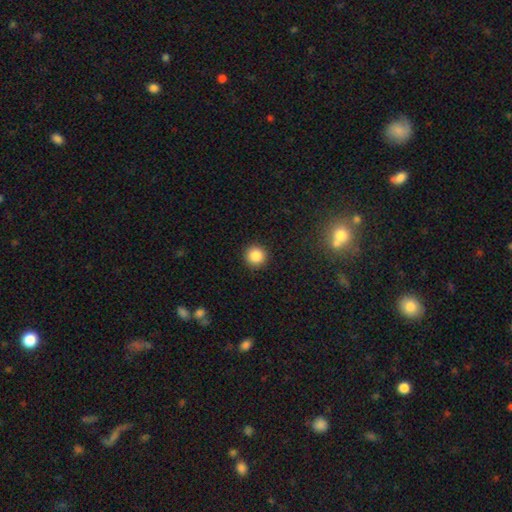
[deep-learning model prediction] Smooth or featured? smooth (85%)
How rounded? round (95%)
Merging? none (92%)